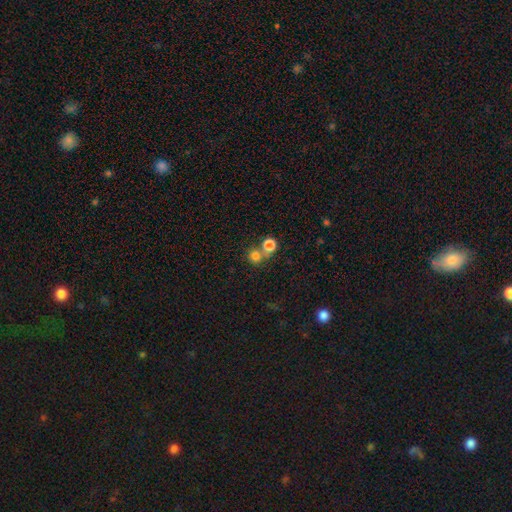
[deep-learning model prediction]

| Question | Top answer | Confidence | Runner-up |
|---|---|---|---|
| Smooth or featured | smooth | 76% | star or artifact (17%) |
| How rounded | round | 88% | in between (11%) |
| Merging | none | 58% | merger (31%) |